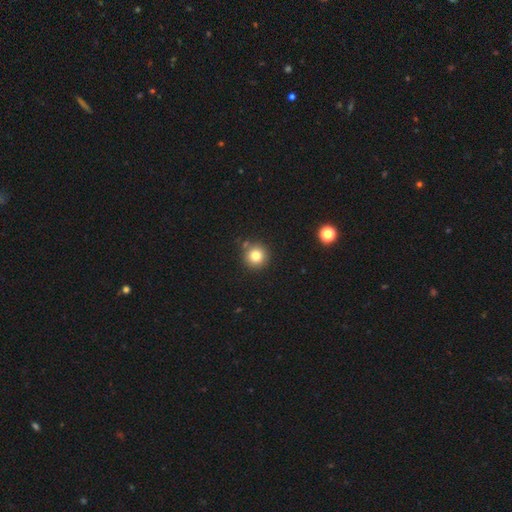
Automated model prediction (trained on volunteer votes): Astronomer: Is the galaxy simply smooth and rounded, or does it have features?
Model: smooth — 80%.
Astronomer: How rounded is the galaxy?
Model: round — 94%.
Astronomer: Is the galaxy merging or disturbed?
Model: none — 83%.